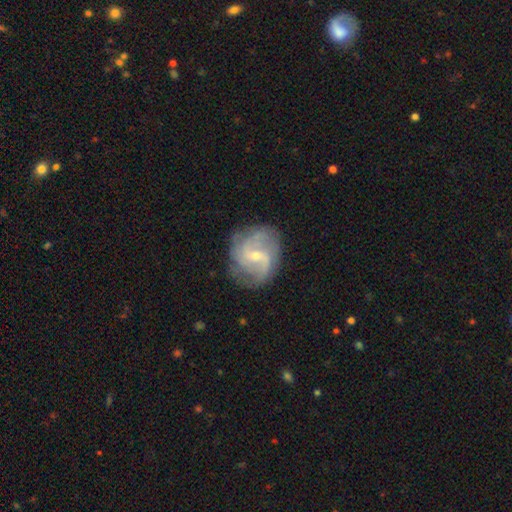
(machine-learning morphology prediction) Smooth or featured?
  - featured or disk: 85% *
  - smooth: 10%
  - star or artifact: 6%
Edge-on disk?
  - no: 98% *
  - yes: 2%
Bar?
  - weak: 55% *
  - no: 33%
  - strong: 13%
Spiral arms?
  - yes: 96% *
  - no: 4%
Spiral winding?
  - medium: 48% *
  - loose: 27%
  - tight: 25%
Spiral arm count?
  - 2: 42% *
  - 3: 20%
  - can't tell: 20%
  - 4: 8%
  - 1: 5%
  - more than 4: 5%
Bulge size?
  - small: 67% *
  - moderate: 29%
  - none: 2%
  - large: 1%
  - dominant: 1%
Merging?
  - none: 74% *
  - minor disturbance: 18%
  - major disturbance: 8%
  - merger: 1%